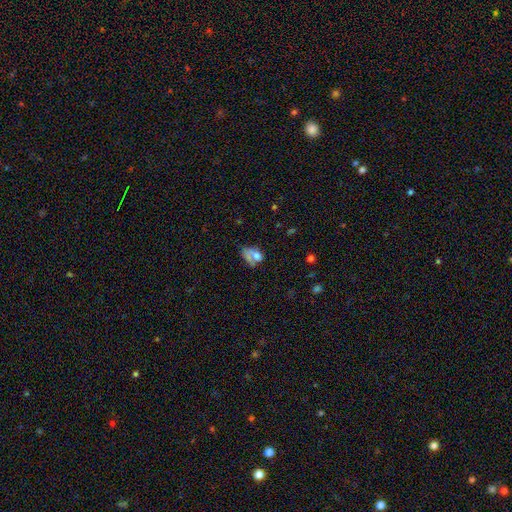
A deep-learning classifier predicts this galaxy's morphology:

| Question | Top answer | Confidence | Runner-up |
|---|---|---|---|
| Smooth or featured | smooth | 59% | featured or disk (28%) |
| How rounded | in between | 78% | round (20%) |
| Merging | merger | 33% | major disturbance (25%) |